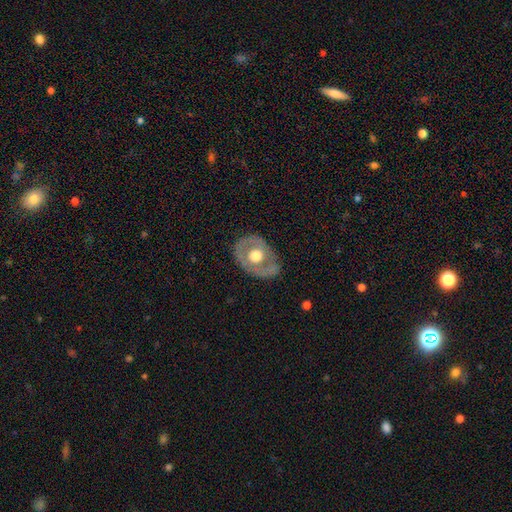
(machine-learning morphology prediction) smooth_or_featured: featured or disk (p=0.56) [alt: smooth p=0.39]
disk_edge_on: no (p=0.92) [alt: yes p=0.08]
bar: no (p=0.89) [alt: weak p=0.09]
has_spiral_arms: no (p=0.84) [alt: yes p=0.16]
bulge_size: moderate (p=0.52) [alt: large p=0.42]
merging: none (p=0.72) [alt: minor disturbance p=0.19]